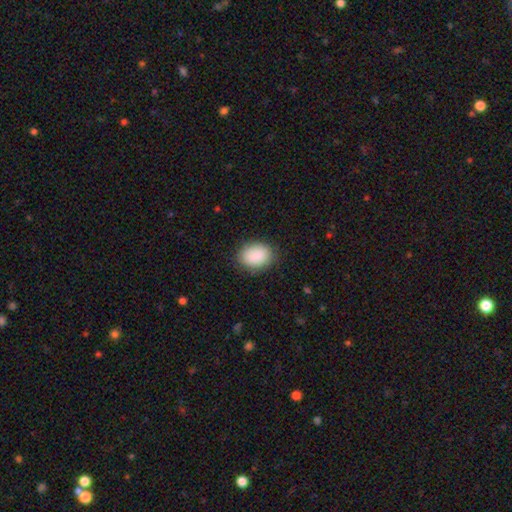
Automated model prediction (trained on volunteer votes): smooth 90%, star or artifact 7%, featured or disk 3%. Down the decision tree: how rounded — in between (72%); merging — none (85%).